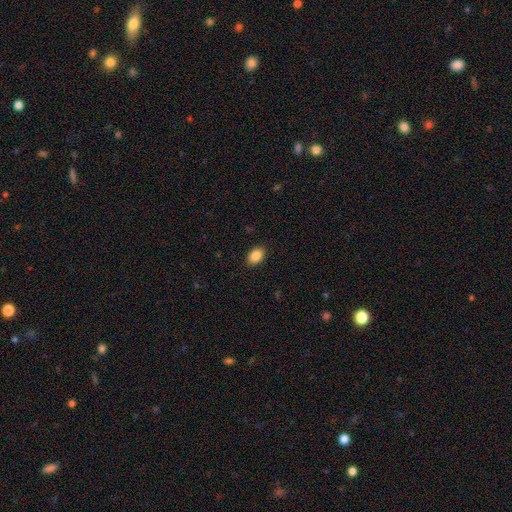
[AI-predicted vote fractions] A smooth galaxy with no disk features (88%) that is in between round and cigar-shaped (85%). Merging: none (89%).